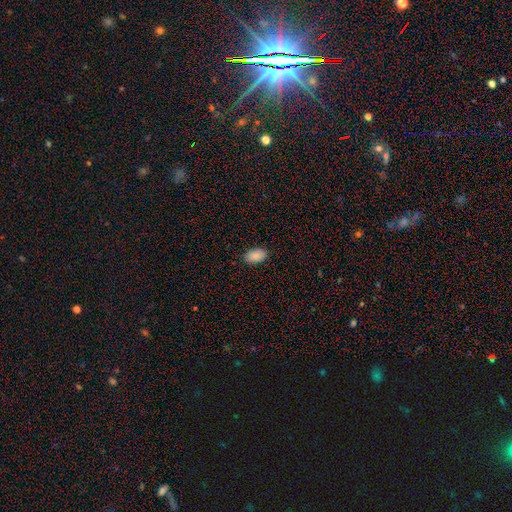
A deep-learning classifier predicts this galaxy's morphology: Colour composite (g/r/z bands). It shows a smooth galaxy with no disk features (89%) that is in between round and cigar-shaped (94%). Merging: none (89%).